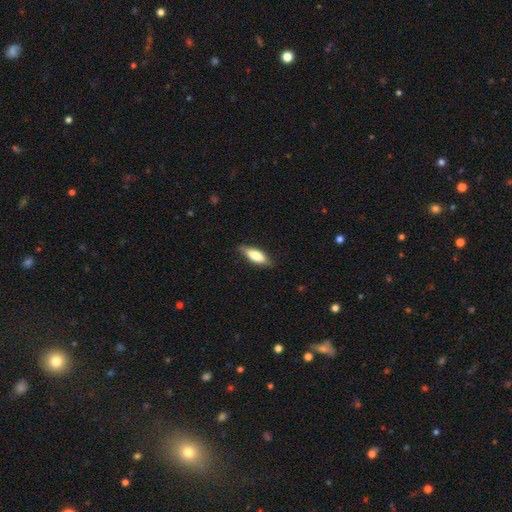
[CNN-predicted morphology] Smooth or featured? Predicted: smooth (p=0.69). How rounded? Predicted: in between (p=0.61). Merging? Predicted: none (p=0.81).